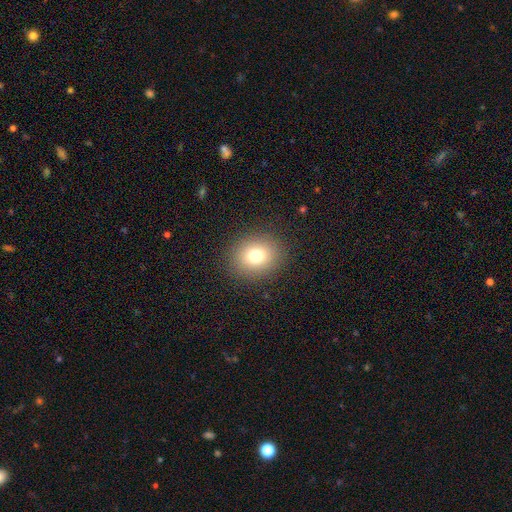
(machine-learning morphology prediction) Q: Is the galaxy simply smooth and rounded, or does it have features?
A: smooth — 77%.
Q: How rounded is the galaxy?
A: round — 70%.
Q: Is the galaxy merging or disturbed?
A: none — 89%.